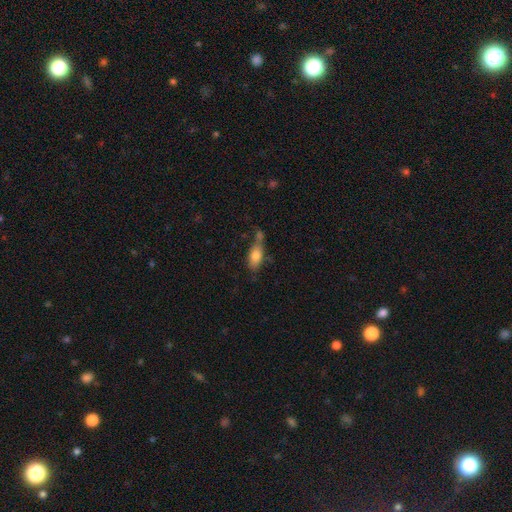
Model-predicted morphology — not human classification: Smooth or featured? smooth (76%)
How rounded? in between (79%)
Merging? none (45%)